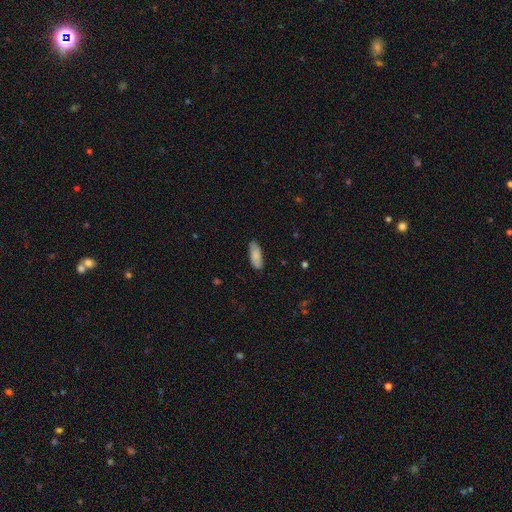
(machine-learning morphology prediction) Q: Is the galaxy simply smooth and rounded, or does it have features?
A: smooth — 86%.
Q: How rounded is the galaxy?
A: in between — 76%.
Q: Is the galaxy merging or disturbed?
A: none — 85%.